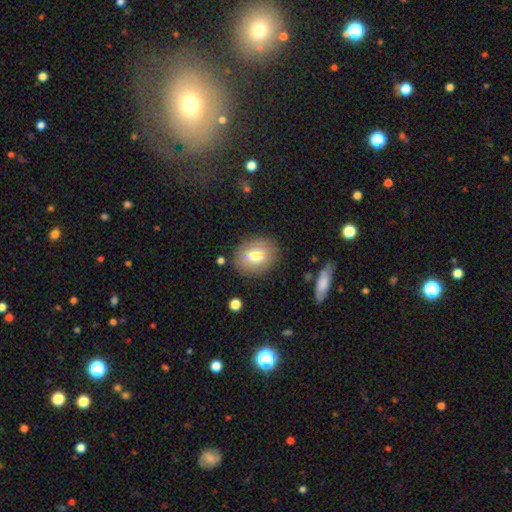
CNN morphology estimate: Smooth or featured?
  - smooth: 63% *
  - featured or disk: 28%
  - star or artifact: 9%
How rounded?
  - in between: 53% *
  - round: 45%
  - cigar-shaped: 2%
Merging?
  - none: 82% *
  - minor disturbance: 12%
  - major disturbance: 4%
  - merger: 2%